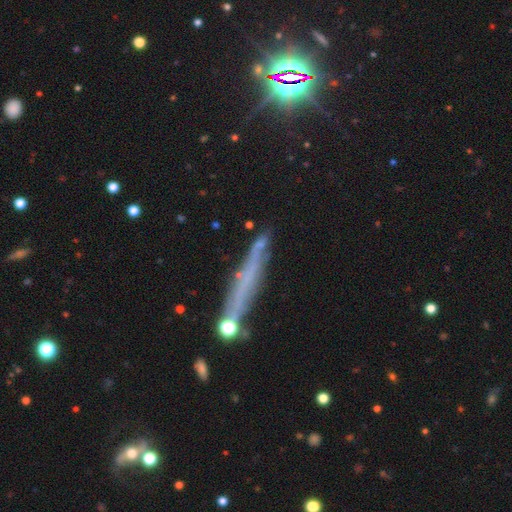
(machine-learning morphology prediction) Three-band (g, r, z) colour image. It shows a featured or disk galaxy (50%). Merging: none (72%).